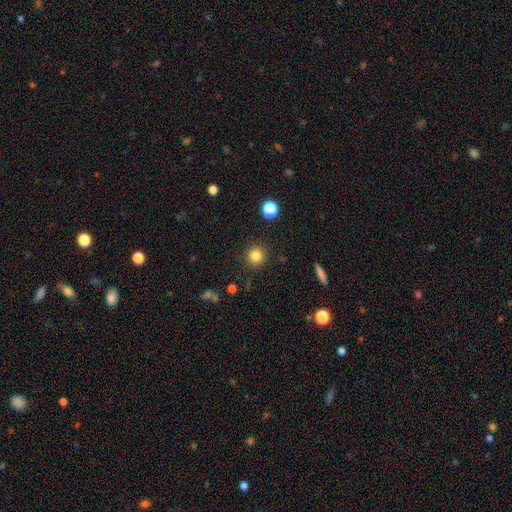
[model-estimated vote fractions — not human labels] Smooth or featured: smooth — 82% (star or artifact — 12%)
How rounded: round — 93% (in between — 6%)
Merging: none — 90% (minor disturbance — 6%)